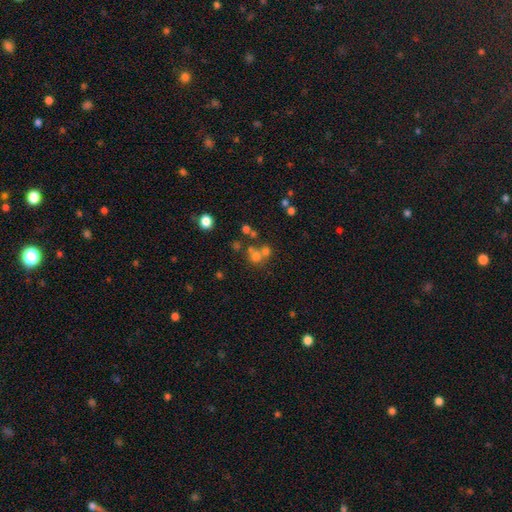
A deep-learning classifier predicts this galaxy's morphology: Q: Smooth or featured?
A: smooth (60%); runner-up: star or artifact (22%)
Q: How rounded?
A: round (81%); runner-up: in between (18%)
Q: Merging?
A: merger (45%); runner-up: none (43%)